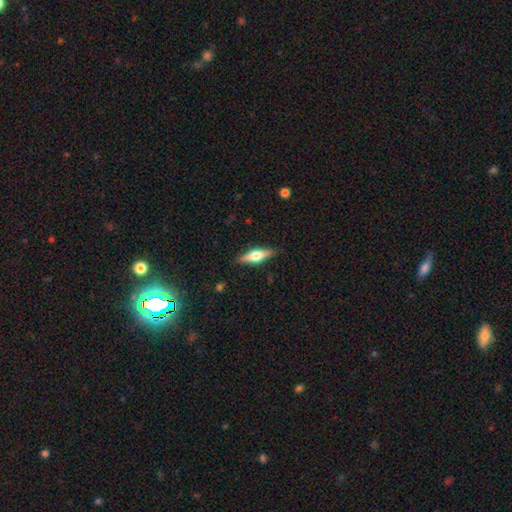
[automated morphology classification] type=featured or disk (54%); edge-on=yes (94%); edge-on bulge=rounded (92%); merging=none (87%).